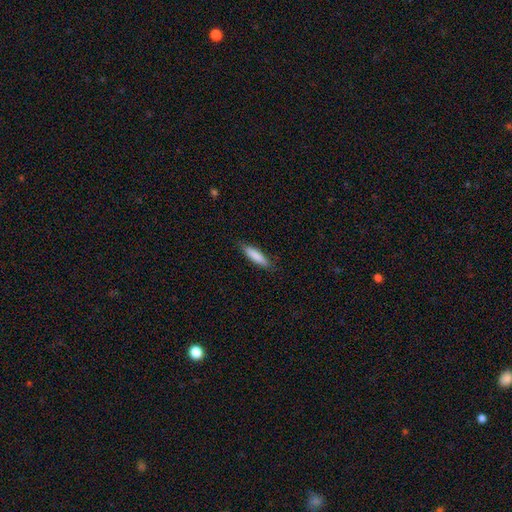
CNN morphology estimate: A smooth galaxy with no disk features (84%) that is cigar-shaped (77%). Merging: none (85%).